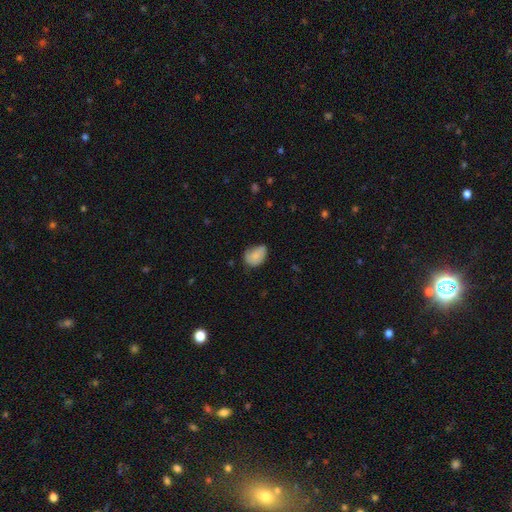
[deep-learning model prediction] Morphology: type=smooth (76%); roundness=in between (73%); merging=none (46%).